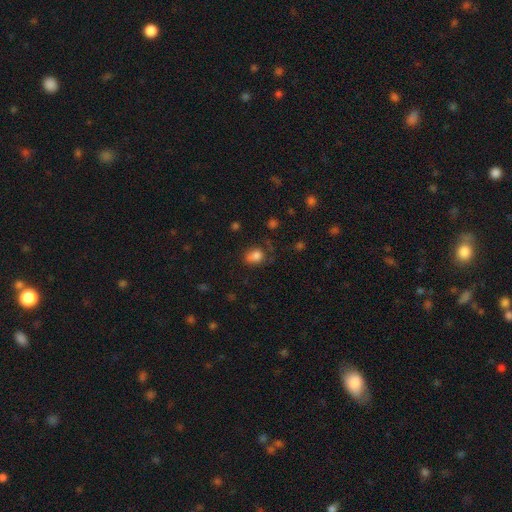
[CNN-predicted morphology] A smooth galaxy with no disk features (80%) that is in between round and cigar-shaped (53%).

Vote fractions:
- Smooth or featured? smooth: 80% / star or artifact: 12% / featured or disk: 8%
- How rounded? in between: 53% / round: 46% / cigar-shaped: 1%
- Merging? none: 56% / minor disturbance: 26% / major disturbance: 13% / merger: 5%